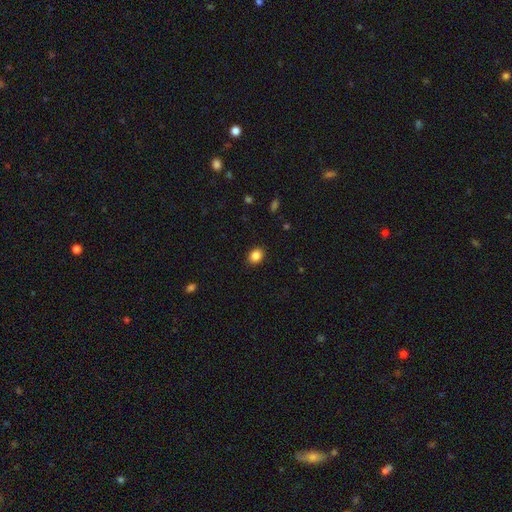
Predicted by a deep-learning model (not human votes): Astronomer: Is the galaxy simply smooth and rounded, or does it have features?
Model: smooth — 87%.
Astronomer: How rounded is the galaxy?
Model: in between — 54% (runner-up: round, 45%).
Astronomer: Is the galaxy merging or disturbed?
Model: none — 89%.